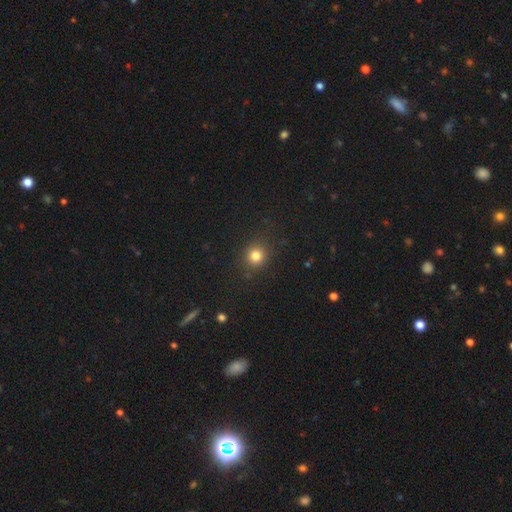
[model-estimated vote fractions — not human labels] smooth-or-featured: smooth: 80% | star or artifact: 14% | featured or disk: 6%
  how-rounded: round: 84% | in between: 15% | cigar-shaped: 1%
  merging: none: 86% | minor disturbance: 9% | major disturbance: 3% | merger: 1%